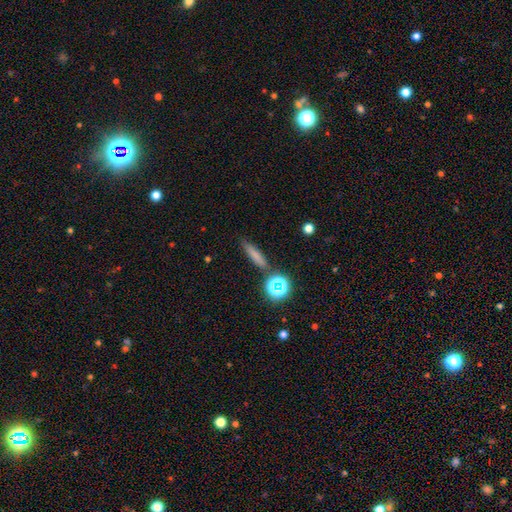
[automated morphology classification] Overall: smooth (71%). How rounded: cigar-shaped (80%). Merging: none (82%).